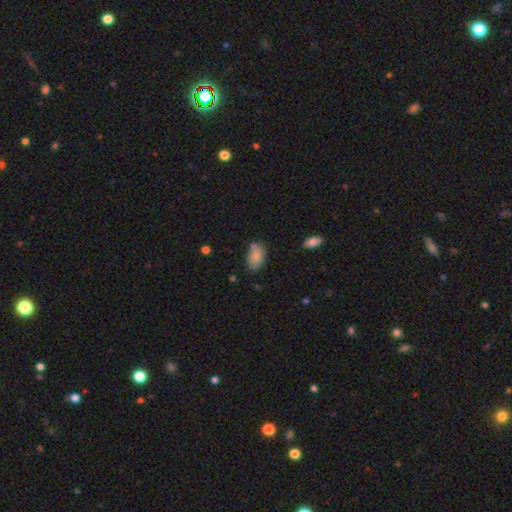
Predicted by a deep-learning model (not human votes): smooth-or-featured: smooth: 84% | featured or disk: 9% | star or artifact: 8%
  how-rounded: in between: 92% | round: 5% | cigar-shaped: 3%
  merging: none: 67% | minor disturbance: 19% | merger: 9% | major disturbance: 5%